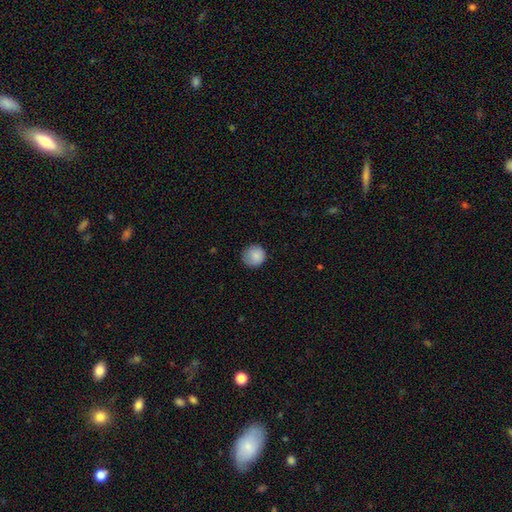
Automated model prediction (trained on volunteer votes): Smooth or featured? smooth (87%)
How rounded? round (92%)
Merging? none (82%)